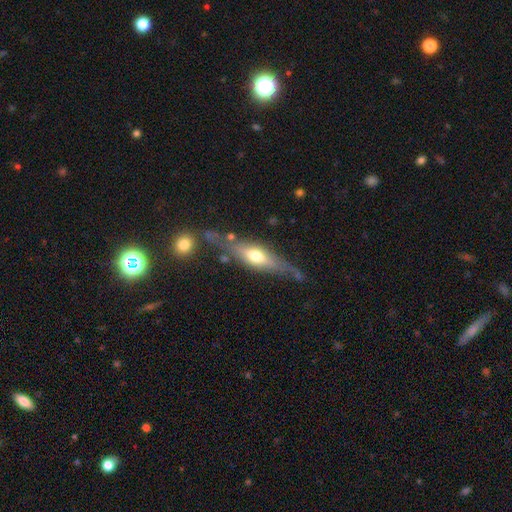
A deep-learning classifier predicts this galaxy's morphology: Overall: featured or disk (64%; smooth 30%). Edge-on disk: yes (85%). Edge-on bulge: rounded (87%). Merging: none (68%).